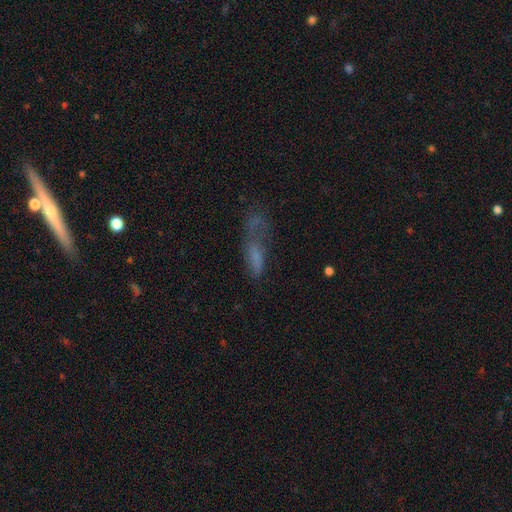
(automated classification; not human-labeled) Smooth or featured? Predicted: smooth (p=0.56). How rounded? Predicted: cigar-shaped (p=0.50). Merging? Predicted: major disturbance (p=0.40).